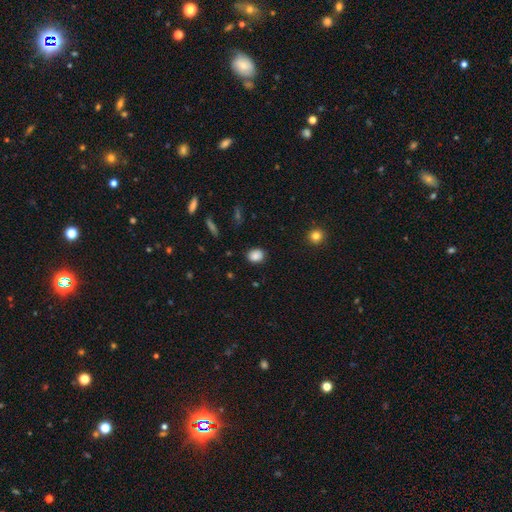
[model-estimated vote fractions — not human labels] Smooth or featured? Predicted: smooth (p=0.86). How rounded? Predicted: round (p=0.52). Merging? Predicted: none (p=0.84).